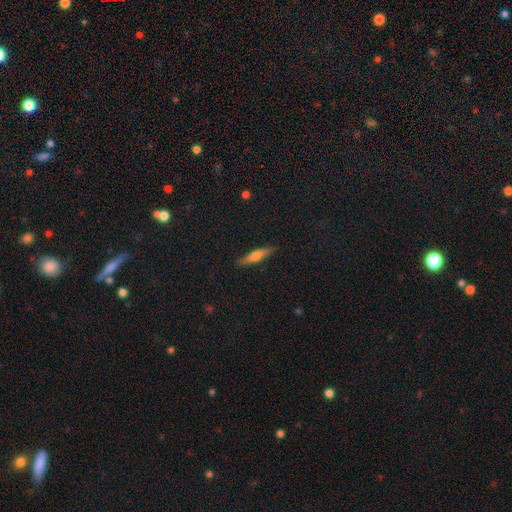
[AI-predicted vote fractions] Smooth or featured: smooth — 62% (featured or disk — 32%)
How rounded: cigar-shaped — 84% (in between — 14%)
Merging: none — 87% (minor disturbance — 10%)